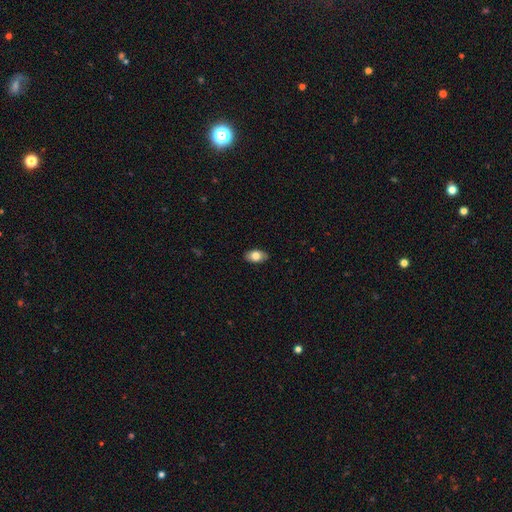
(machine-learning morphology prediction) type=smooth (78%); roundness=in between (92%); merging=none (87%).